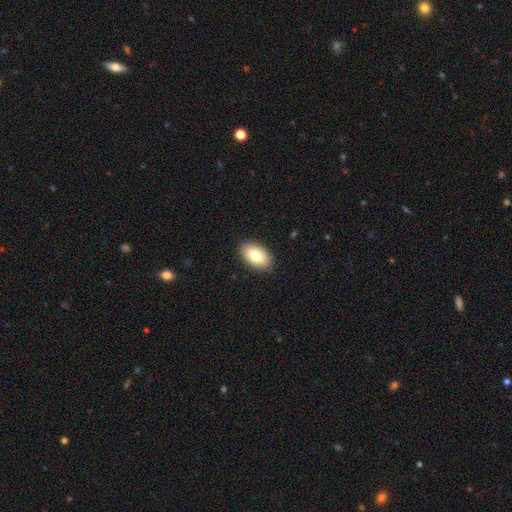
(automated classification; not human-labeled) Q: Smooth or featured?
A: smooth (80%); runner-up: featured or disk (13%)
Q: How rounded?
A: in between (93%); runner-up: round (5%)
Q: Merging?
A: none (89%); runner-up: minor disturbance (8%)